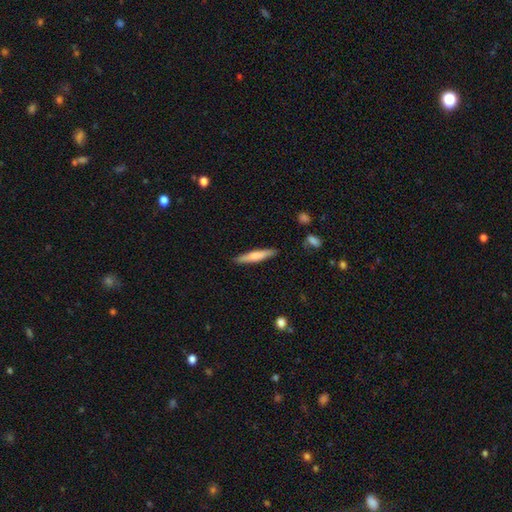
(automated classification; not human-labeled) Overall: smooth (64%; featured or disk 31%). How rounded: cigar-shaped (90%). Merging: none (87%).